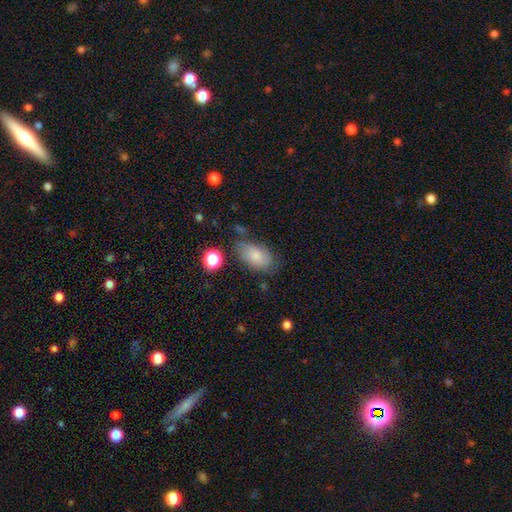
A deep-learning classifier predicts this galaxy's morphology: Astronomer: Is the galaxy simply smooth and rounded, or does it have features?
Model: smooth — 75%.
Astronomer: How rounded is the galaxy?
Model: in between — 91%.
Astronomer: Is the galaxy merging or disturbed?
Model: none — 61%.